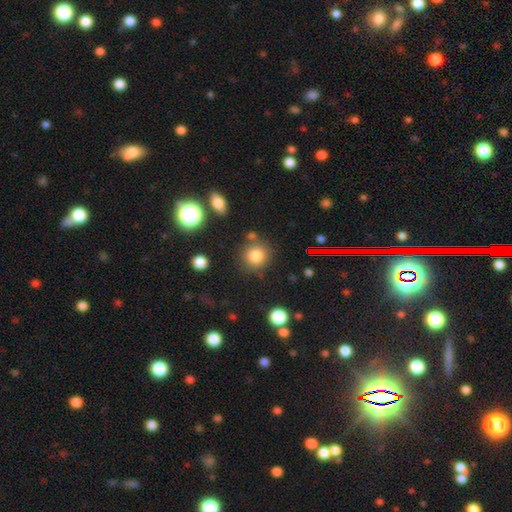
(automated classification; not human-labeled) Smooth or featured? Predicted: smooth (p=0.81). How rounded? Predicted: round (p=0.90). Merging? Predicted: none (p=0.78).